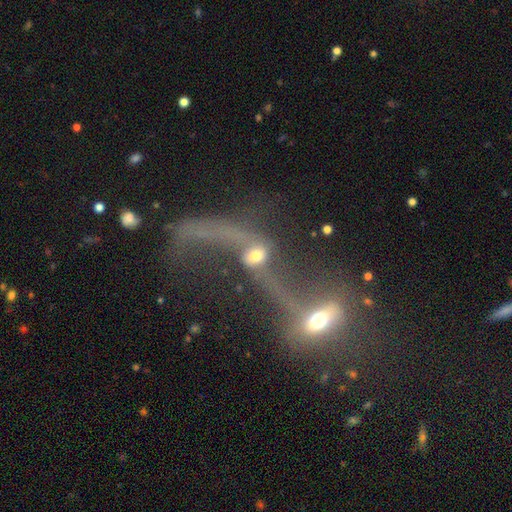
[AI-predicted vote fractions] Morphology: type=featured or disk (57%); edge-on=no (70%); merging=merger (39%).